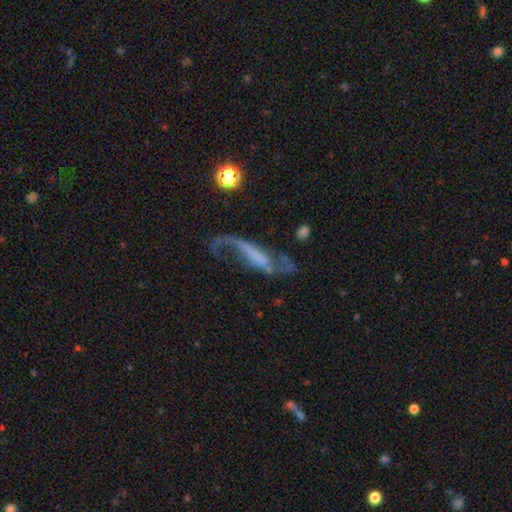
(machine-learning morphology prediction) Smooth or featured: featured or disk — 72% (smooth — 17%)
Edge-on disk: no — 85% (yes — 15%)
Bar: no — 36% (strong — 35%)
Spiral arms: yes — 81% (no — 19%)
Bulge size: none — 63% (small — 17%)
Merging: major disturbance — 37% (tied with none — 37%)